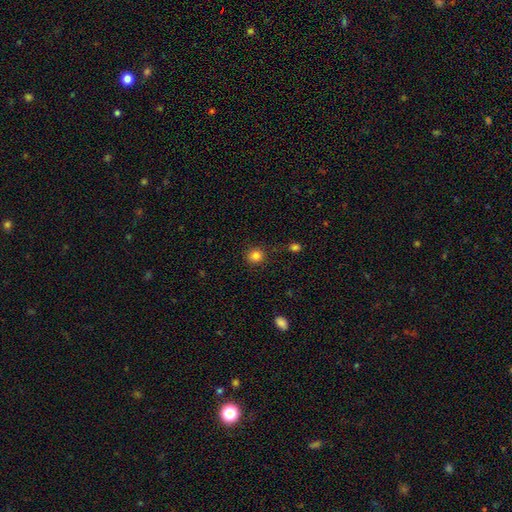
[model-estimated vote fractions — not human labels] Overall: smooth (84%). How rounded: round (88%). Merging: none (84%).